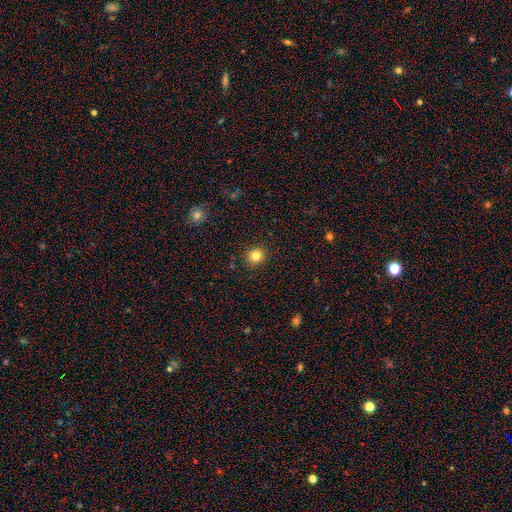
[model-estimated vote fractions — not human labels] A smooth galaxy with no disk features (82%) that is round (81%).

Vote fractions:
- Smooth or featured? smooth: 82% / star or artifact: 12% / featured or disk: 6%
- How rounded? round: 81% / in between: 18% / cigar-shaped: 1%
- Merging? none: 90% / minor disturbance: 7% / major disturbance: 2% / merger: 1%